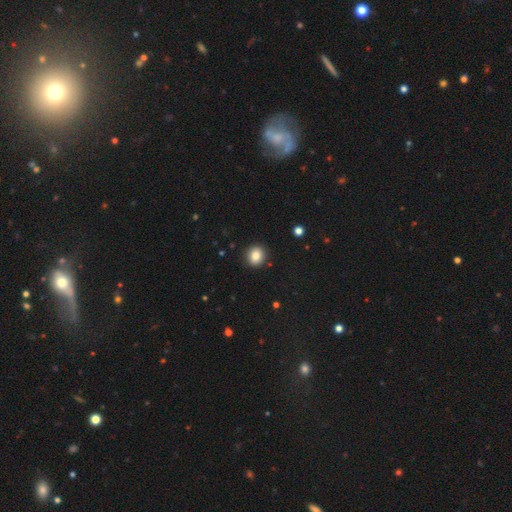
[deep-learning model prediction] smooth 85%, star or artifact 10%, featured or disk 5%. Down the decision tree: how rounded — round (75%); merging — none (90%).